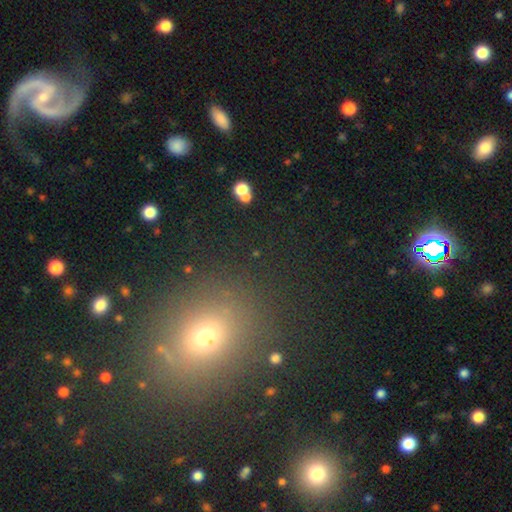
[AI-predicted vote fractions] smooth 52%, star or artifact 35%, featured or disk 12%. Down the decision tree: how rounded — round (56%); merging — none (82%).